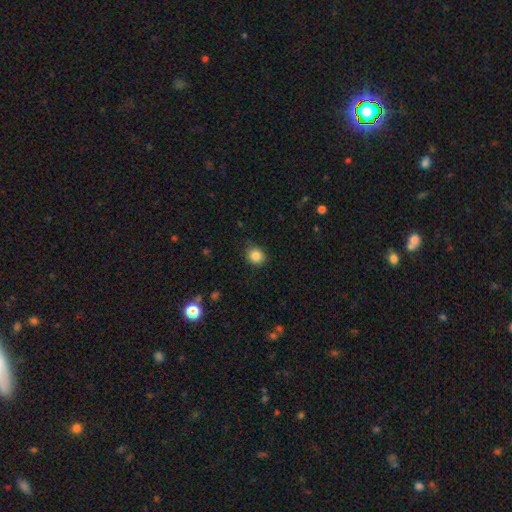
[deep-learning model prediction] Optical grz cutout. It shows a smooth galaxy with no disk features (85%) that is round (74%). Merging: none (83%).